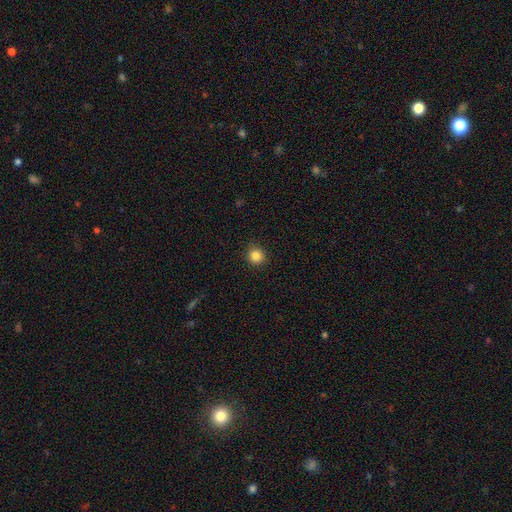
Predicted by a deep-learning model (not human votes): A smooth galaxy with no disk features (85%) that is round (92%). Merging: none (90%).